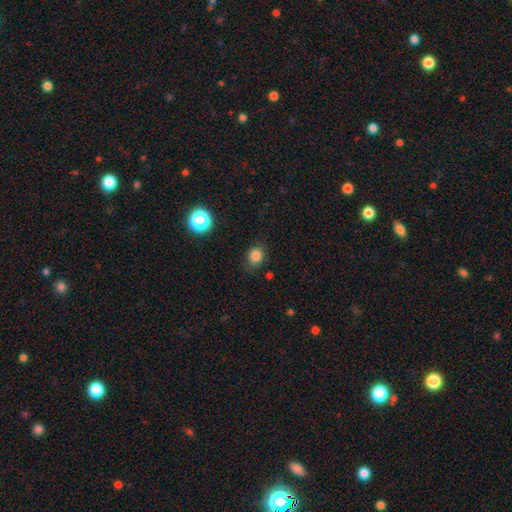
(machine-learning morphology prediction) This appears to be a smooth galaxy with no disk features (82%) that is round (56%). Merging: none (80%).